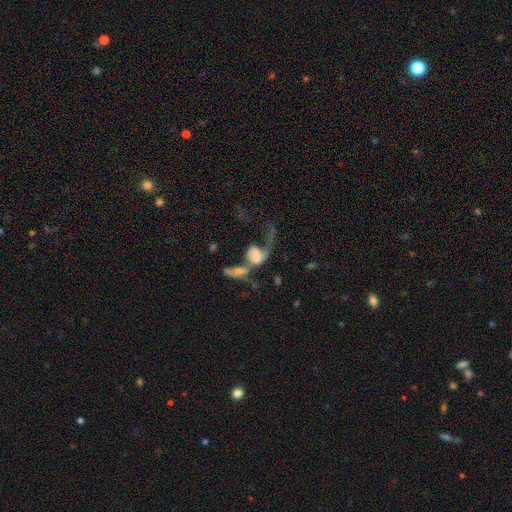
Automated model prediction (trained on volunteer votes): A featured or disk galaxy (49%). Merging: merger (60%).